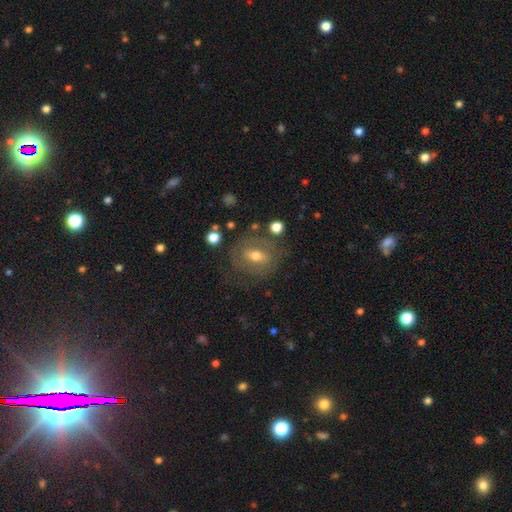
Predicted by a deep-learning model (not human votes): A featured or disk galaxy (49%).

Vote fractions:
- Smooth or featured? featured or disk: 49% / smooth: 32% / star or artifact: 19%
- Merging? none: 72% / minor disturbance: 16% / major disturbance: 9% / merger: 3%